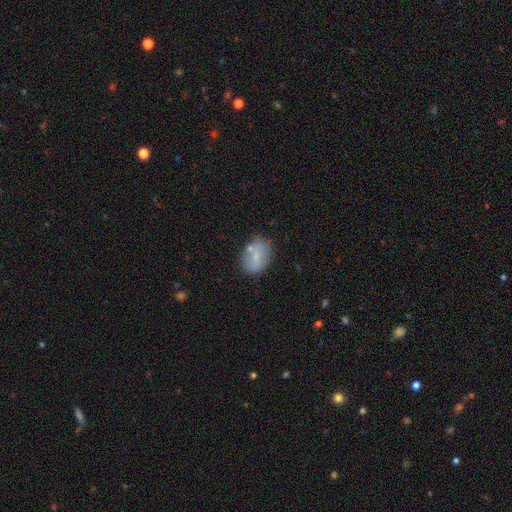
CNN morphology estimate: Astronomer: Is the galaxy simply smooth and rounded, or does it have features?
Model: smooth — 69%.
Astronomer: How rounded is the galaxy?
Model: in between — 77%.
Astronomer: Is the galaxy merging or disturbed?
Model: none — 68%.